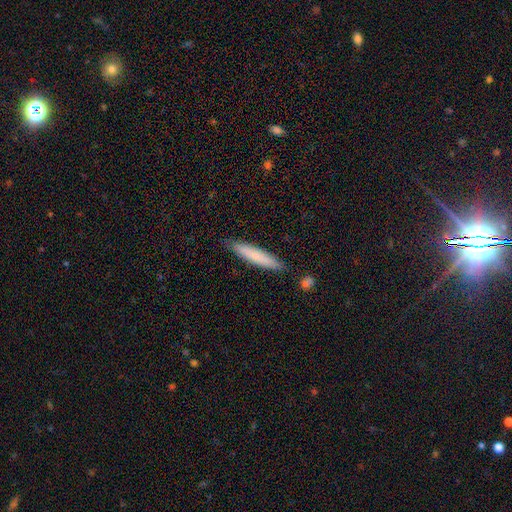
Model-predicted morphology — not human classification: Smooth or featured? Predicted: smooth (p=0.73). How rounded? Predicted: cigar-shaped (p=0.90). Merging? Predicted: none (p=0.86).